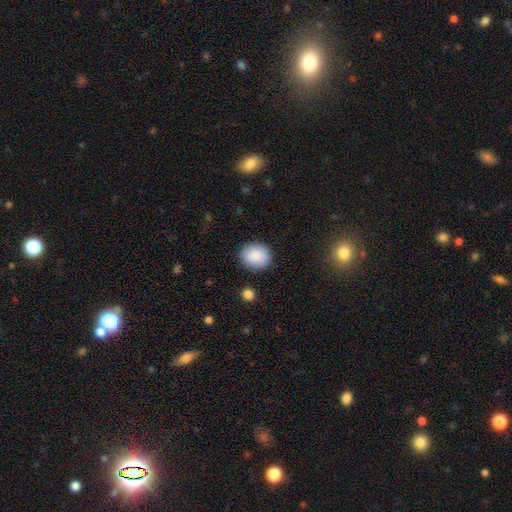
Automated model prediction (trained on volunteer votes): smooth-or-featured: smooth: 89% | star or artifact: 7% | featured or disk: 4%
  how-rounded: round: 76% | in between: 23% | cigar-shaped: 1%
  merging: none: 88% | minor disturbance: 8% | major disturbance: 2% | merger: 1%